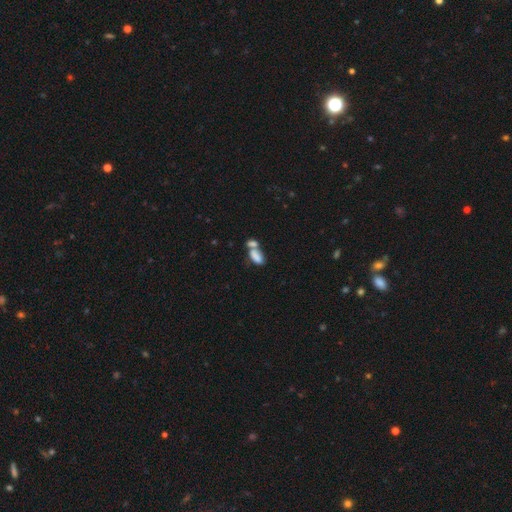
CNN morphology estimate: Smooth or featured? Predicted: smooth (p=0.78). How rounded? Predicted: in between (p=0.89). Merging? Predicted: merger (p=0.61).